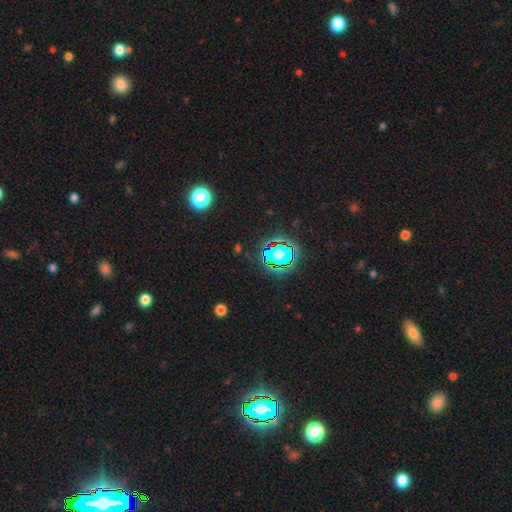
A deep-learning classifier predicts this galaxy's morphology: A star or artifact, not a galaxy (79%).

Vote fractions:
- Smooth or featured? star or artifact: 79% / smooth: 14% / featured or disk: 8%